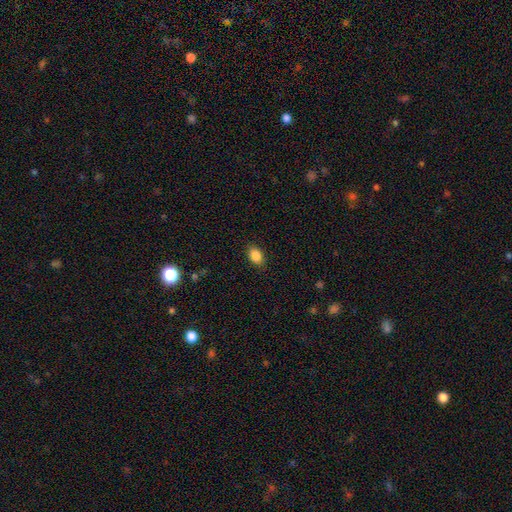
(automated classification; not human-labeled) smooth_or_featured: smooth (p=0.87) [alt: star or artifact p=0.09]
how_rounded: in between (p=0.80) [alt: round p=0.19]
merging: none (p=0.86) [alt: minor disturbance p=0.10]